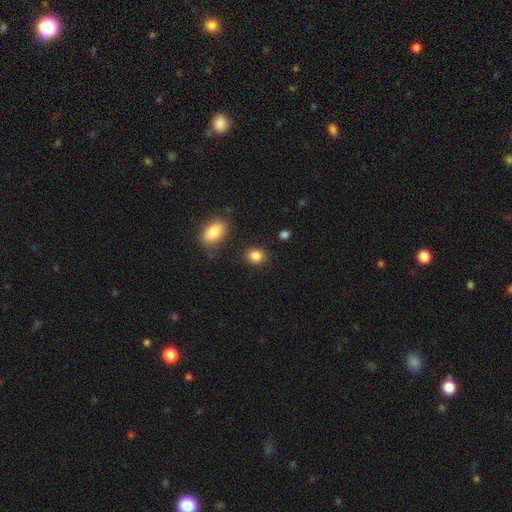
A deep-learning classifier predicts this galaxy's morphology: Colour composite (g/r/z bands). It shows a smooth galaxy with no disk features (87%) that is round (59%). Merging: none (85%).